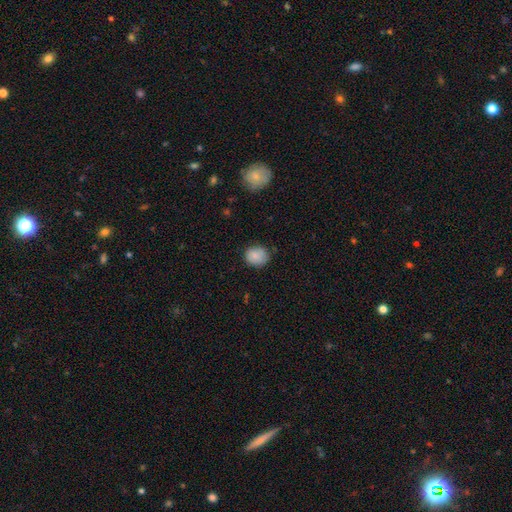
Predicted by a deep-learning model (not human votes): smooth 85%, star or artifact 8%, featured or disk 7%. Down the decision tree: how rounded — round (66%); merging — none (78%).